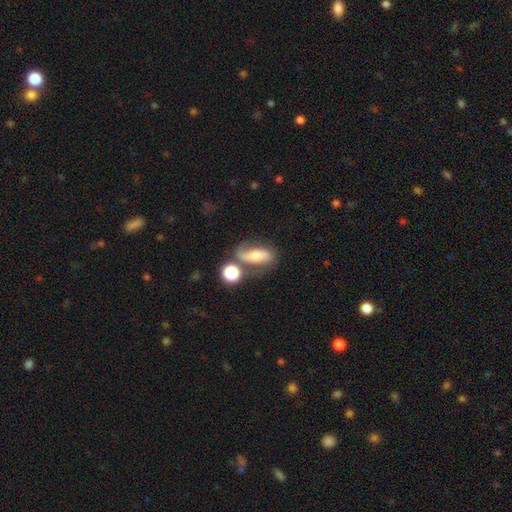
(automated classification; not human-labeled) smooth_or_featured: featured or disk (p=0.55) [alt: smooth p=0.35]
disk_edge_on: no (p=0.82) [alt: yes p=0.18]
merging: none (p=0.53) [alt: minor disturbance p=0.19]